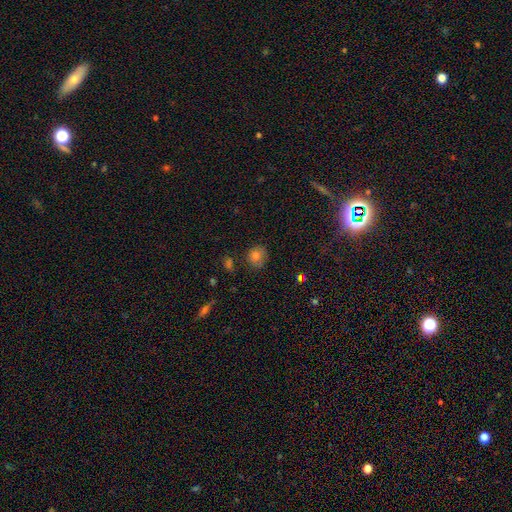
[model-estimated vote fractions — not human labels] Smooth or featured?
  - smooth: 79% *
  - star or artifact: 12%
  - featured or disk: 9%
How rounded?
  - round: 83% *
  - in between: 16%
  - cigar-shaped: 1%
Merging?
  - none: 79% *
  - minor disturbance: 16%
  - major disturbance: 3%
  - merger: 3%